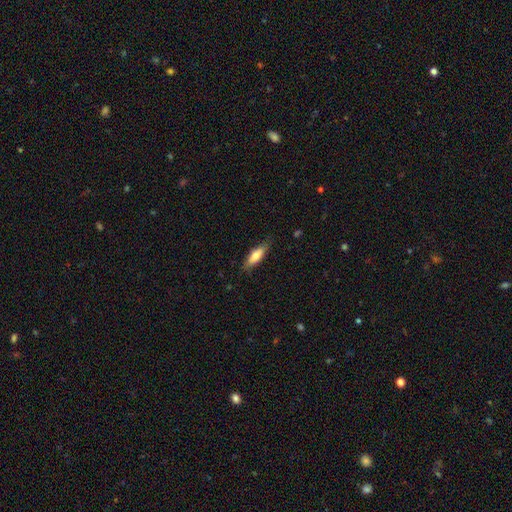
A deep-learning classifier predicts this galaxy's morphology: Smooth or featured: smooth — 67% (featured or disk — 27%)
How rounded: in between — 51% (cigar-shaped — 47%)
Merging: none — 81% (minor disturbance — 15%)